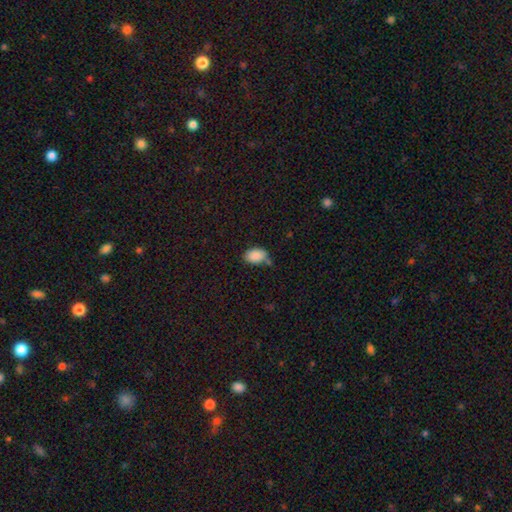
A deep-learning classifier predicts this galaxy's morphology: A smooth galaxy with no disk features (88%) that is in between round and cigar-shaped (85%). Merging: none (59%).